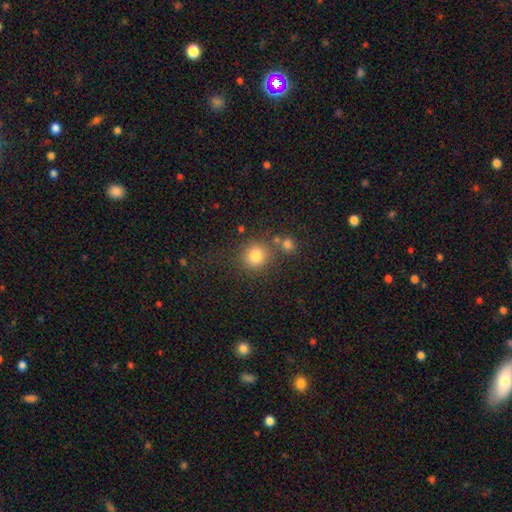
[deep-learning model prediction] Smooth or featured?
  - smooth: 81% *
  - star or artifact: 13%
  - featured or disk: 7%
How rounded?
  - round: 89% *
  - in between: 10%
  - cigar-shaped: 1%
Merging?
  - none: 74% *
  - merger: 11%
  - minor disturbance: 10%
  - major disturbance: 5%